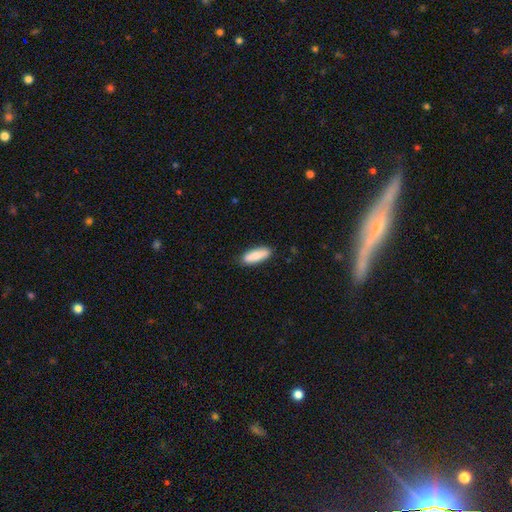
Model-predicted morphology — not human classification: A smooth galaxy with no disk features (83%) that is in between round and cigar-shaped (63%).

Vote fractions:
- Smooth or featured? smooth: 83% / featured or disk: 11% / star or artifact: 6%
- How rounded? in between: 63% / cigar-shaped: 35% / round: 2%
- Merging? none: 86% / minor disturbance: 11% / major disturbance: 2% / merger: 1%